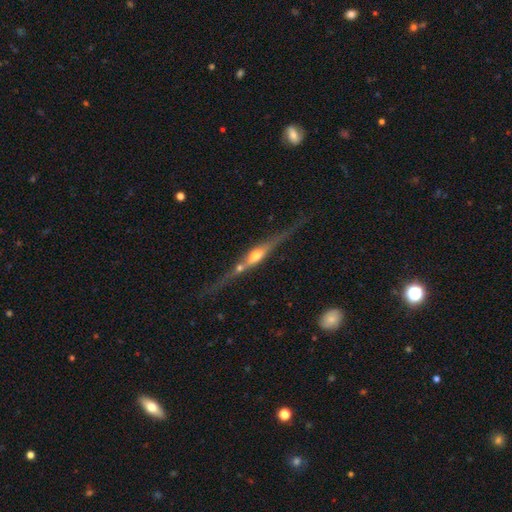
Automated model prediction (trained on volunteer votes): A featured or disk galaxy (82%) viewed edge-on (96%) with a rounded central bulge (90%).

Vote fractions:
- Smooth or featured? featured or disk: 82% / smooth: 13% / star or artifact: 6%
- Edge-on disk? yes: 96% / no: 4%
- Edge-on bulge? rounded: 90% / boxy: 6% / none: 4%
- Merging? none: 71% / minor disturbance: 15% / merger: 9% / major disturbance: 5%